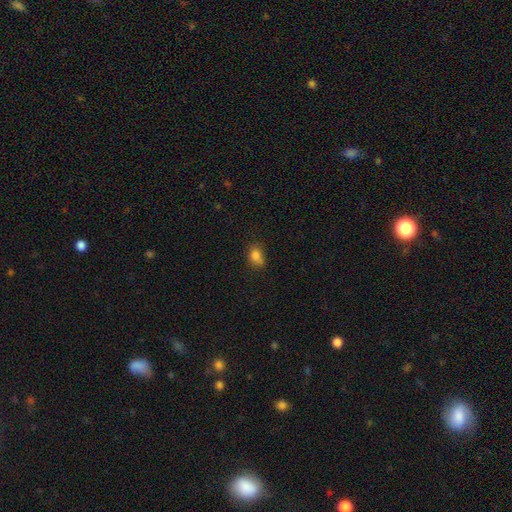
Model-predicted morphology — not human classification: A smooth galaxy with no disk features (82%) that is in between round and cigar-shaped (68%). Merging: none (57%).